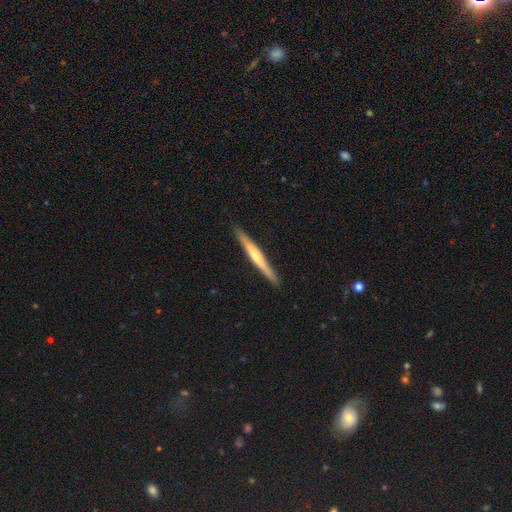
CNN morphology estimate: A featured or disk galaxy (57%) viewed edge-on (97%) with a rounded central bulge (46%).

Vote fractions:
- Smooth or featured? featured or disk: 57% / smooth: 38% / star or artifact: 5%
- Edge-on disk? yes: 97% / no: 3%
- Edge-on bulge? rounded: 46% / none: 42% / boxy: 12%
- Merging? none: 91% / minor disturbance: 7% / major disturbance: 1% / merger: 1%